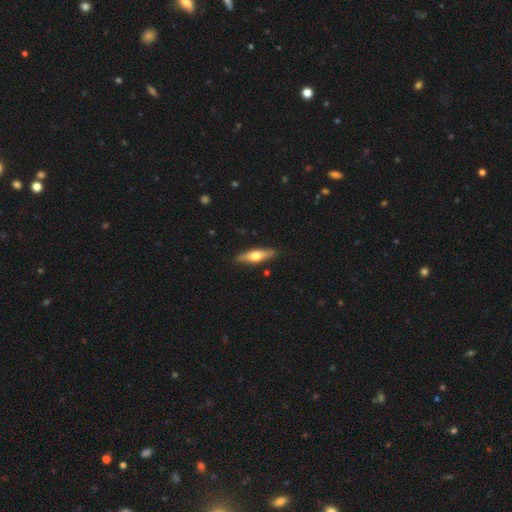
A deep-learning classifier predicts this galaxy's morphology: Overall: smooth (50%; featured or disk 45%). How rounded: cigar-shaped (68%; in between 30%). Merging: none (88%).